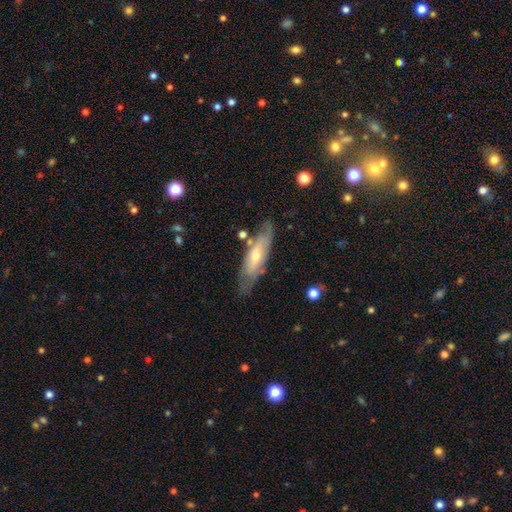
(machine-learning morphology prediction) smooth-or-featured: featured or disk: 50% | smooth: 44% | star or artifact: 6%
  disk-edge-on: no: 57% | yes: 43%
  merging: none: 68% | minor disturbance: 21% | major disturbance: 6% | merger: 5%